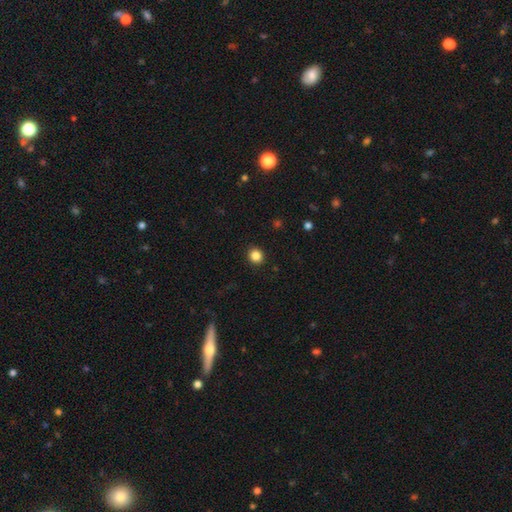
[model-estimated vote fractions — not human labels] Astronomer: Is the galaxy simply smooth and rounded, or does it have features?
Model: smooth — 85%.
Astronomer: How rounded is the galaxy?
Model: round — 89%.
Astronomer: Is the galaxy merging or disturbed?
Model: none — 93%.